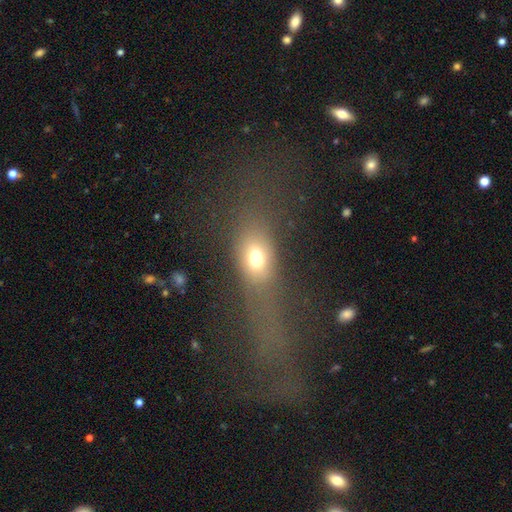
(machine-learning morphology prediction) A smooth galaxy with no disk features (61%) that is in between round and cigar-shaped (65%).

Vote fractions:
- Smooth or featured? smooth: 61% / featured or disk: 23% / star or artifact: 16%
- How rounded? in between: 65% / round: 25% / cigar-shaped: 10%
- Merging? merger: 31% / none: 29% / major disturbance: 26% / minor disturbance: 14%